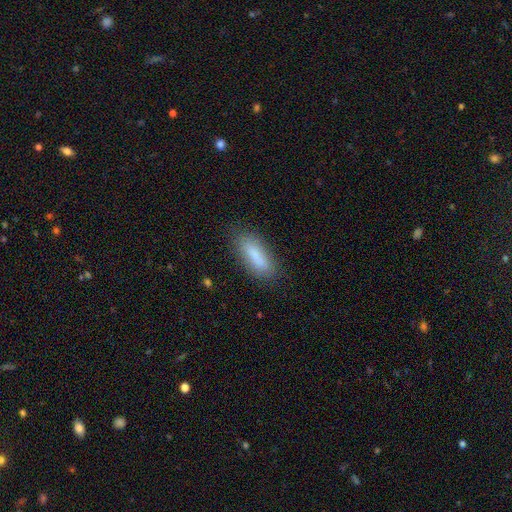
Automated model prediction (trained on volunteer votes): Overall: smooth (80%). How rounded: in between (61%; cigar-shaped 37%). Merging: none (81%).